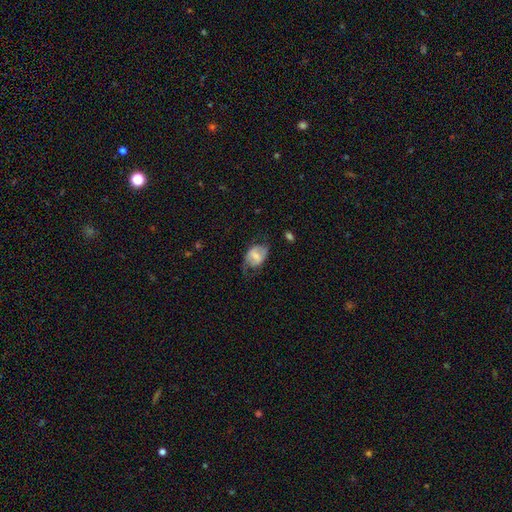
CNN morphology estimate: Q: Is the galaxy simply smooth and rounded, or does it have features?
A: featured or disk — 52%.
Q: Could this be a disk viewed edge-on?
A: no — 95%.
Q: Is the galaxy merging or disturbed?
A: none — 44%.